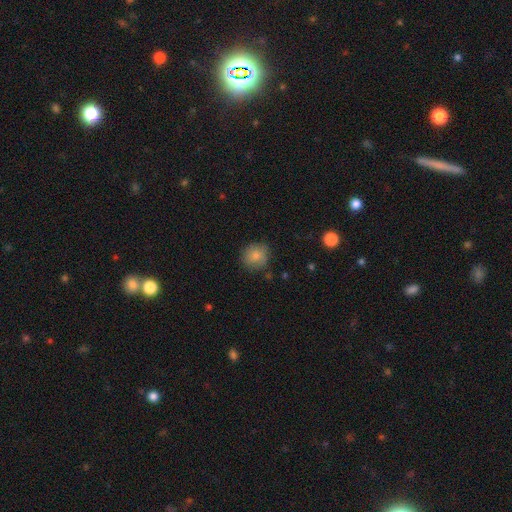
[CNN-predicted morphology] smooth-or-featured: smooth: 82% | featured or disk: 9% | star or artifact: 8%
  how-rounded: round: 85% | in between: 14% | cigar-shaped: 1%
  merging: none: 80% | minor disturbance: 15% | major disturbance: 4% | merger: 1%